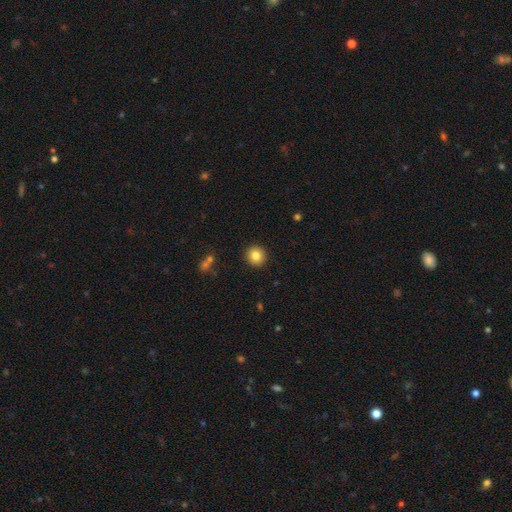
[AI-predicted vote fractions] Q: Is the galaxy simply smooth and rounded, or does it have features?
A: smooth — 82%.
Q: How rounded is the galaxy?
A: round — 94%.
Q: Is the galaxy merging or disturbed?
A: none — 92%.